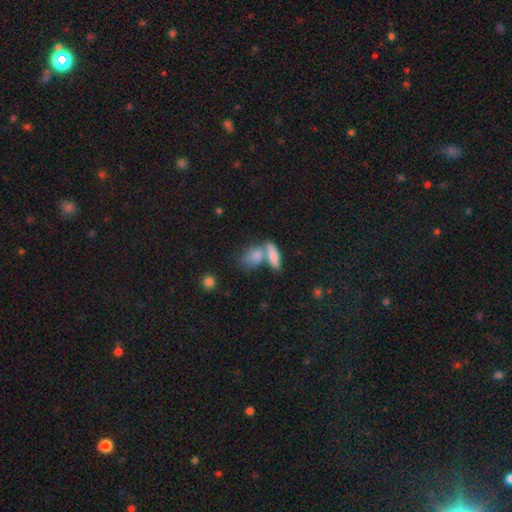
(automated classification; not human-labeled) smooth_or_featured: smooth (p=0.78) [alt: featured or disk p=0.14]
how_rounded: in between (p=0.75) [alt: round p=0.15]
merging: merger (p=0.50) [alt: none p=0.34]